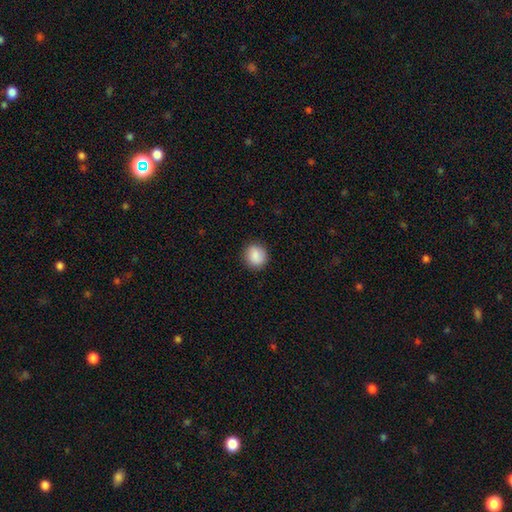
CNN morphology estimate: smooth_or_featured: smooth (p=0.88) [alt: star or artifact p=0.08]
how_rounded: round (p=0.84) [alt: in between p=0.15]
merging: none (p=0.88) [alt: minor disturbance p=0.08]